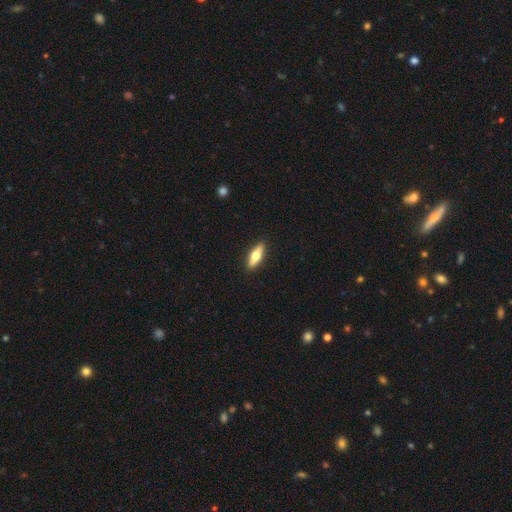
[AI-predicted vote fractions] smooth 52%, featured or disk 42%, star or artifact 6%. Down the decision tree: how rounded — cigar-shaped (53%); merging — none (91%).